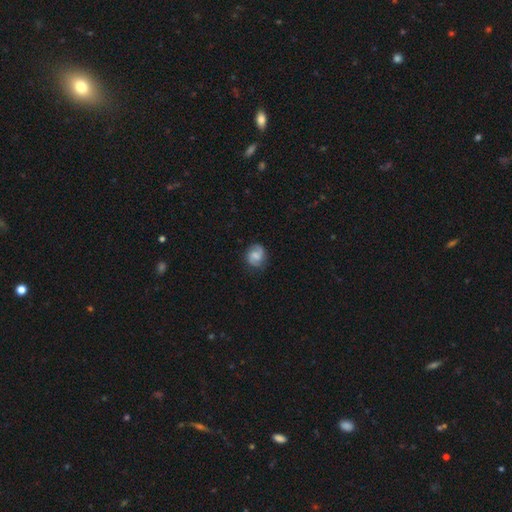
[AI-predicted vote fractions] The model was most divided on "bulge size": moderate: 35%, small: 33%, none: 23%, large: 7%, dominant: 2%. Remaining: edge-on disk — no (98%); spiral arms — yes (91%); merging — none (78%); smooth or featured — featured or disk (55%); bar — no (49%).